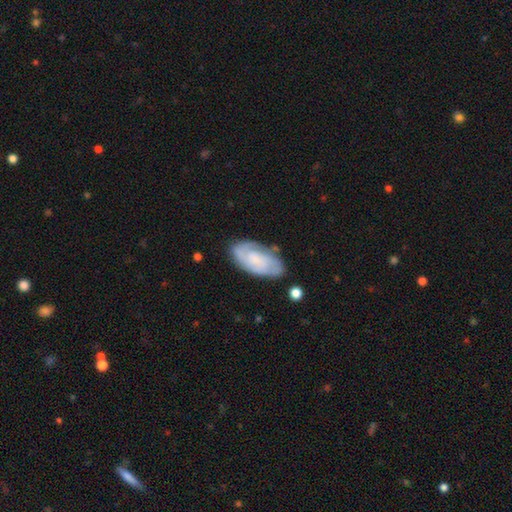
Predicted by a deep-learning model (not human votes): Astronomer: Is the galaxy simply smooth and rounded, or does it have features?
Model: featured or disk — 61%.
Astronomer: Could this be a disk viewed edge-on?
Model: no — 95%.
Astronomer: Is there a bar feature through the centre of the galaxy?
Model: no — 67%.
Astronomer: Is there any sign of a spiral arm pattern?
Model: yes — 88%.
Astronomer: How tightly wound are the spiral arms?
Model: tight — 51% (runner-up: medium, 37%).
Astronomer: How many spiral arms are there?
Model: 2 — 43% (runner-up: can't tell, 33%).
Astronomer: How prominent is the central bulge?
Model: small — 41% (runner-up: none, 27%).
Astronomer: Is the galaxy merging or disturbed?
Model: none — 70%.